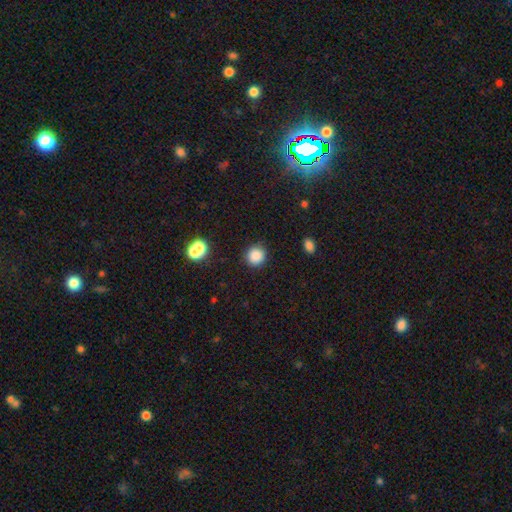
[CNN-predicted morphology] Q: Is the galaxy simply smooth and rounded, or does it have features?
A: smooth — 86%.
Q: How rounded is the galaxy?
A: round — 91%.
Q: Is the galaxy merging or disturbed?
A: none — 87%.